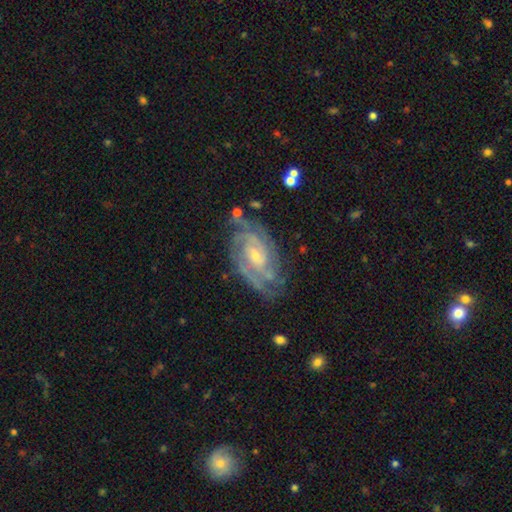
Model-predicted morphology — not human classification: smooth-or-featured: featured or disk: 89% | star or artifact: 5% | smooth: 5%
  disk-edge-on: no: 96% | yes: 4%
    bar: no: 45% | weak: 42% | strong: 13%
    has-spiral-arms: yes: 98% | no: 2%
      spiral-winding: tight: 67% | medium: 28% | loose: 4%
      spiral-arm-count: 2: 38% | 3: 23% | can't tell: 19% | 4: 10% | more than 4: 5% | 1: 5%
    bulge-size: small: 63% | moderate: 31% | none: 3% | large: 2% | dominant: 1%
  merging: none: 74% | minor disturbance: 18% | major disturbance: 6% | merger: 2%